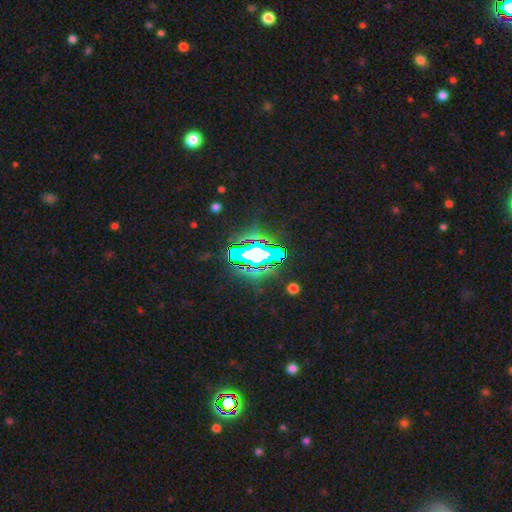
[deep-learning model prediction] smooth-or-featured: star or artifact: 65% | smooth: 18% | featured or disk: 17%